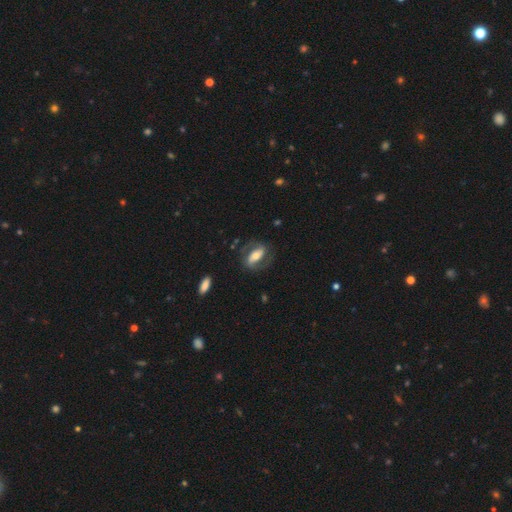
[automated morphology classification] This appears to be a featured or disk galaxy (70%) with a strong bar (55%), 2 (86%) medium (47%) spiral arms (84%) and a moderate central bulge (58%). Merging: none (73%).